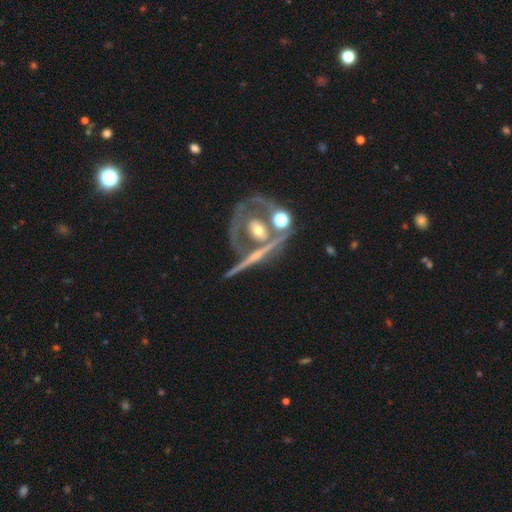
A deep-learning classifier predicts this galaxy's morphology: smooth-or-featured: featured or disk: 75% | smooth: 14% | star or artifact: 12%
  disk-edge-on: no: 69% | yes: 31%
    bar: no: 61% | weak: 21% | strong: 18%
    has-spiral-arms: no: 55% | yes: 45%
    bulge-size: moderate: 51% | small: 30% | none: 8% | large: 7% | dominant: 4%
  merging: merger: 37% | none: 34% | major disturbance: 15% | minor disturbance: 14%